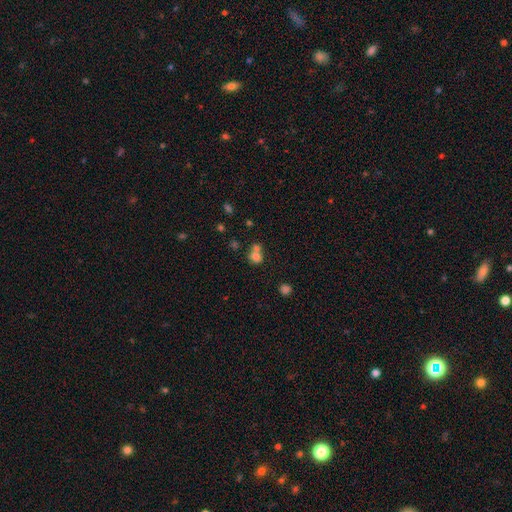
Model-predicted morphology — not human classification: This appears to be a smooth galaxy with no disk features (75%) that is round (73%). Merging: merger (52%).